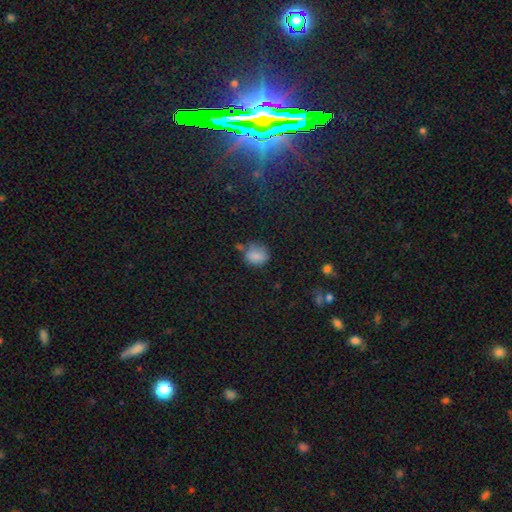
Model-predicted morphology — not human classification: smooth-or-featured: smooth: 82% | star or artifact: 11% | featured or disk: 7%
  how-rounded: round: 64% | in between: 35% | cigar-shaped: 1%
  merging: none: 57% | minor disturbance: 25% | merger: 9% | major disturbance: 8%